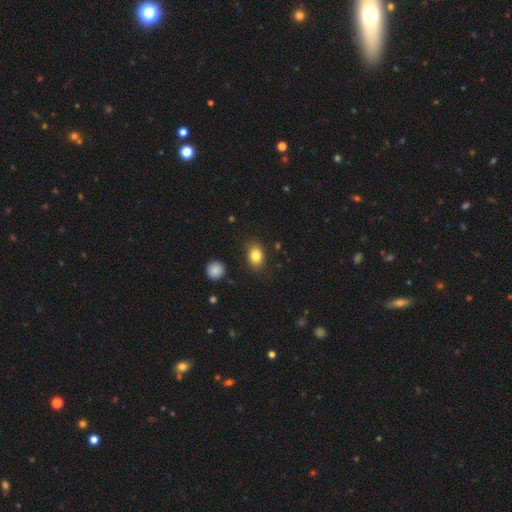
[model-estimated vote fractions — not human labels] Smooth or featured? Predicted: smooth (p=0.83). How rounded? Predicted: in between (p=0.75). Merging? Predicted: none (p=0.84).